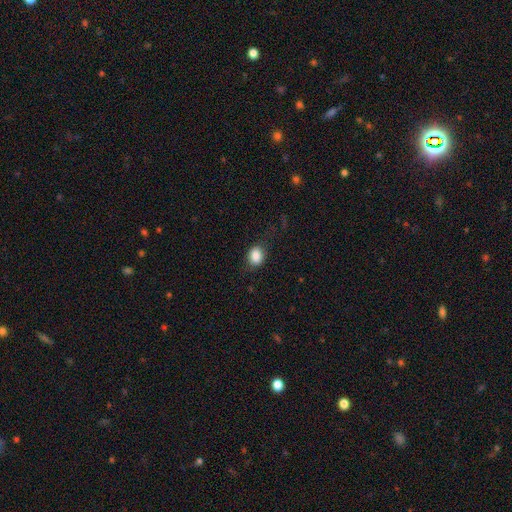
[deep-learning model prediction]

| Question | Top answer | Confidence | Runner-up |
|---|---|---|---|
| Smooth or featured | smooth | 85% | star or artifact (9%) |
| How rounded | in between | 60% | round (38%) |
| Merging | none | 72% | minor disturbance (19%) |